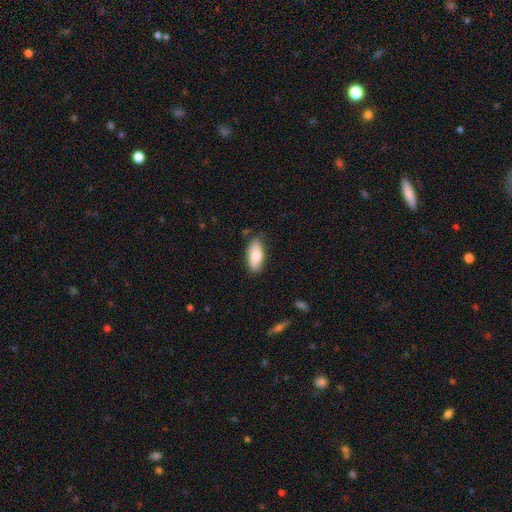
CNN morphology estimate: This appears to be a smooth galaxy with no disk features (79%) that is in between round and cigar-shaped (89%). Merging: none (76%).